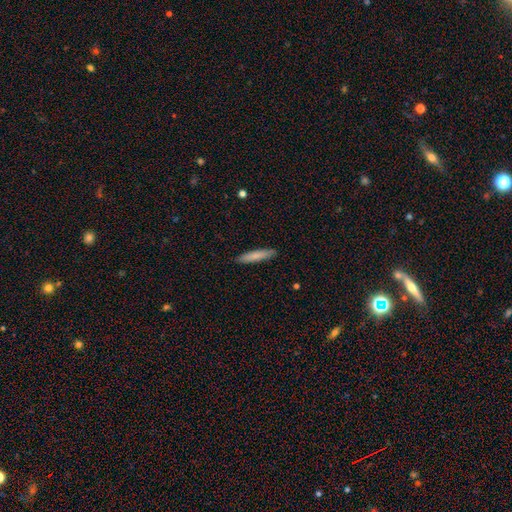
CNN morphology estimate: Q: Smooth or featured?
A: smooth (79%); runner-up: featured or disk (15%)
Q: How rounded?
A: cigar-shaped (89%); runner-up: in between (10%)
Q: Merging?
A: none (89%); runner-up: minor disturbance (8%)